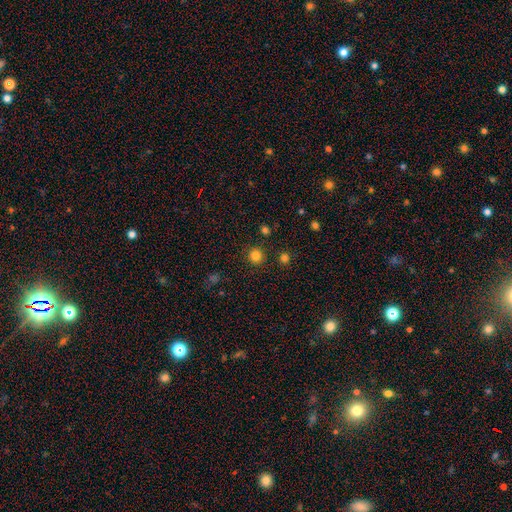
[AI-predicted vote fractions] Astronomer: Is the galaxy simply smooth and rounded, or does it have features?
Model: smooth — 82%.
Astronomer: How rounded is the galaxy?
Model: round — 95%.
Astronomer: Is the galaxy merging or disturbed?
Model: none — 91%.